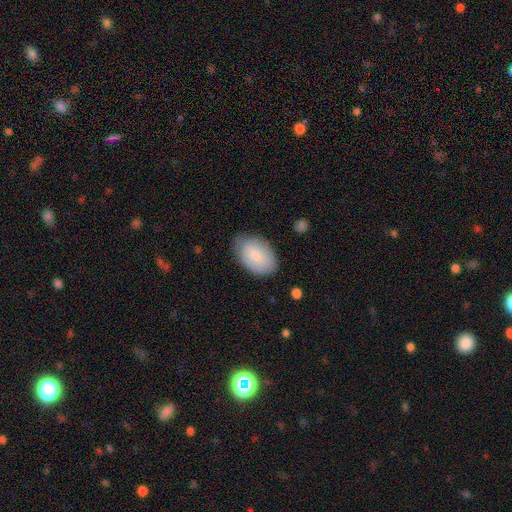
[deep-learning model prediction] A smooth galaxy with no disk features (80%) that is in between round and cigar-shaped (91%).

Vote fractions:
- Smooth or featured? smooth: 80% / featured or disk: 13% / star or artifact: 6%
- How rounded? in between: 91% / round: 8% / cigar-shaped: 1%
- Merging? none: 77% / minor disturbance: 18% / major disturbance: 4% / merger: 1%